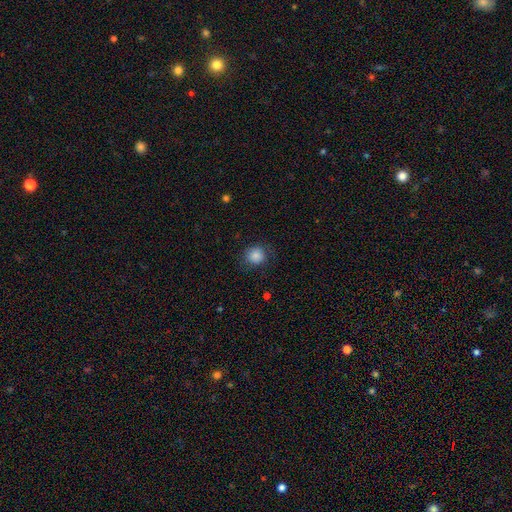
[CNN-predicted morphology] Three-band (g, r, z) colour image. It shows a smooth galaxy with no disk features (86%) that is round (85%). Merging: none (78%).